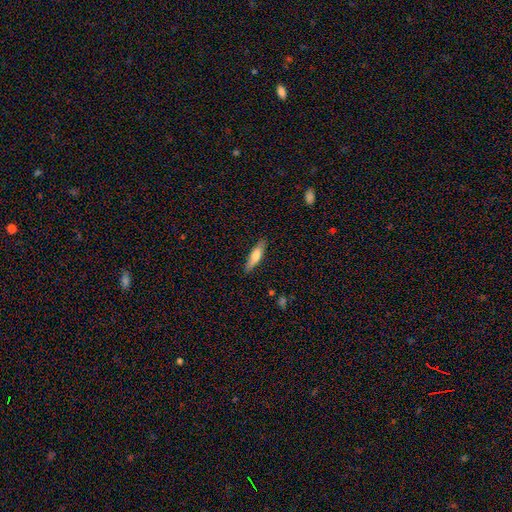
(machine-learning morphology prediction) smooth-or-featured: smooth: 63% | featured or disk: 31% | star or artifact: 6%
  how-rounded: cigar-shaped: 71% | in between: 27% | round: 2%
  merging: none: 87% | minor disturbance: 10% | major disturbance: 2% | merger: 1%